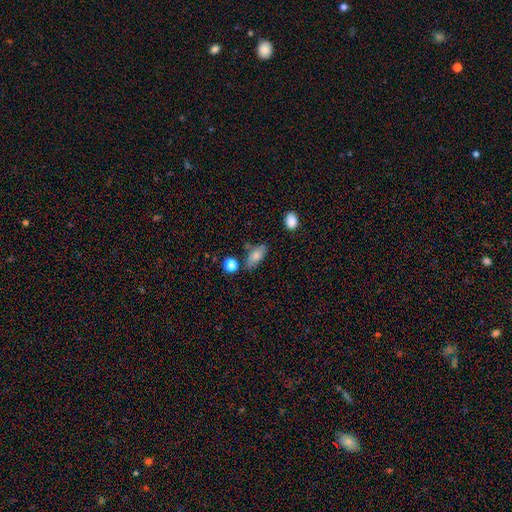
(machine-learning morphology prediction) Smooth or featured: smooth — 76% (featured or disk — 15%)
How rounded: in between — 83% (cigar-shaped — 11%)
Merging: none — 63% (minor disturbance — 23%)